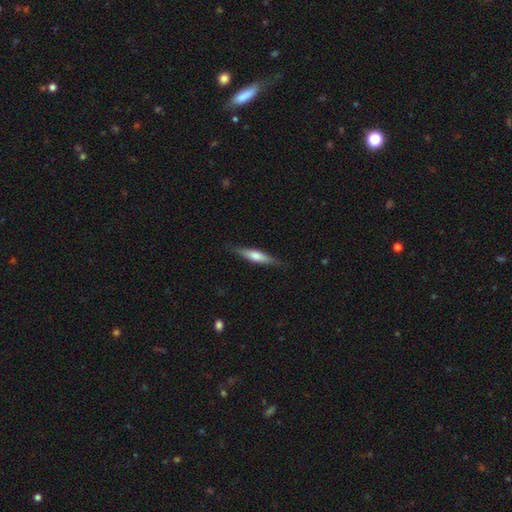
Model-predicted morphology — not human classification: Smooth or featured? smooth (51%)
How rounded? cigar-shaped (82%)
Merging? none (85%)